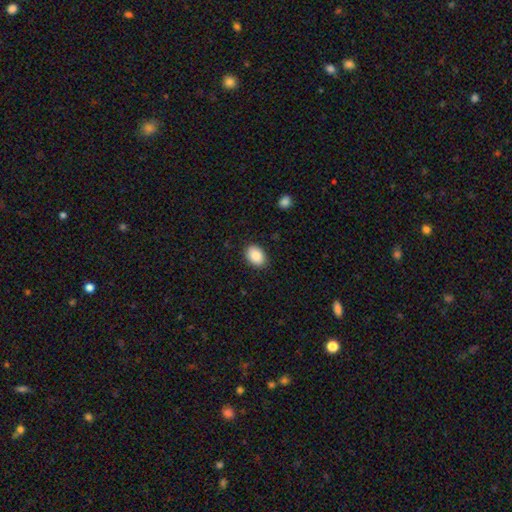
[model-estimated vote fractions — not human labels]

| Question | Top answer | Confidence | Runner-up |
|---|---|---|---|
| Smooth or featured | smooth | 88% | star or artifact (7%) |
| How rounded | in between | 76% | round (23%) |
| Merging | none | 88% | minor disturbance (9%) |